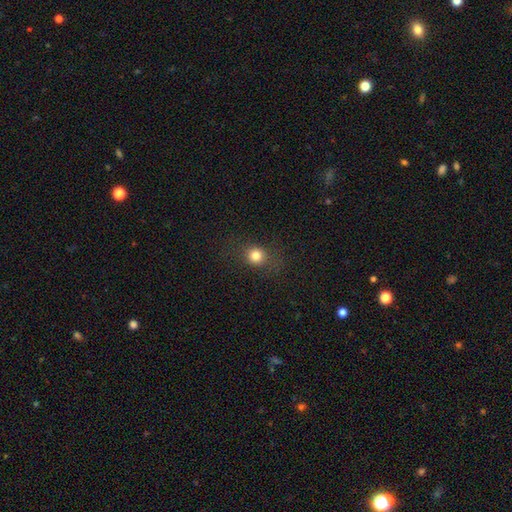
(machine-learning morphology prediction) Q: Smooth or featured?
A: smooth (79%); runner-up: star or artifact (14%)
Q: How rounded?
A: round (83%); runner-up: in between (16%)
Q: Merging?
A: none (80%); runner-up: minor disturbance (12%)